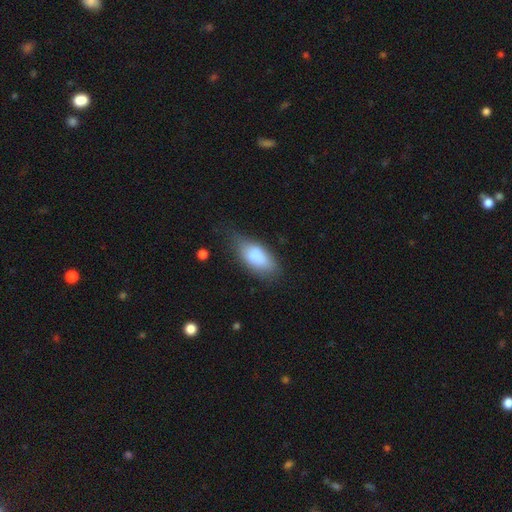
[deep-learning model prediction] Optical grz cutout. It shows a smooth galaxy with no disk features (81%) that is in between round and cigar-shaped (87%). Merging: none (54%).